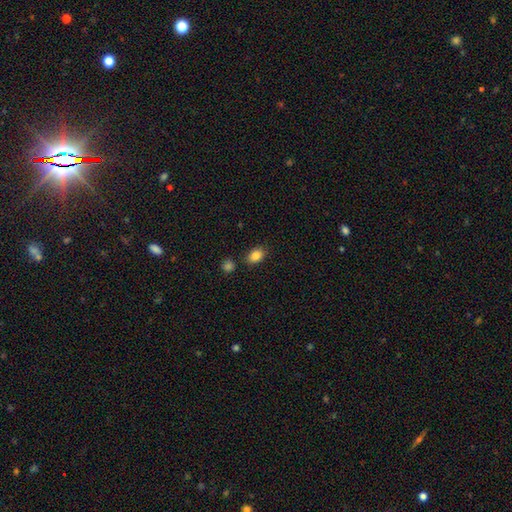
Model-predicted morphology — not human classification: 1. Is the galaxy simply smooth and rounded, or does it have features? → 84% smooth, 9% star or artifact, 7% featured or disk.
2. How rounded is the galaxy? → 78% in between, 20% round, 1% cigar-shaped.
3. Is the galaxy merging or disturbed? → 81% none, 11% minor disturbance, 5% merger, 3% major disturbance.